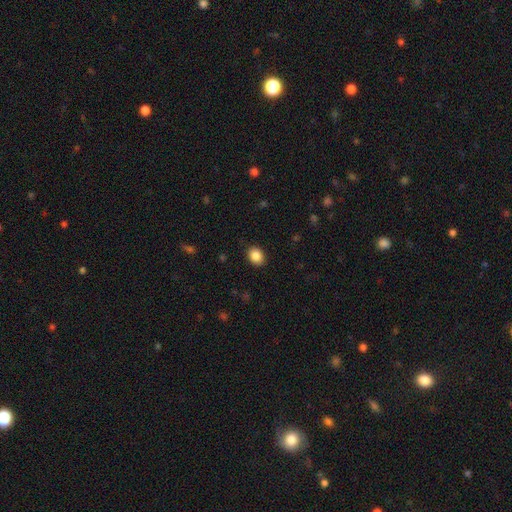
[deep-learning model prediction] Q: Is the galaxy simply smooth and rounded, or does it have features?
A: smooth — 88%.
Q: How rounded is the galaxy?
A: in between — 53%.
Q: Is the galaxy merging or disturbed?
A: none — 90%.